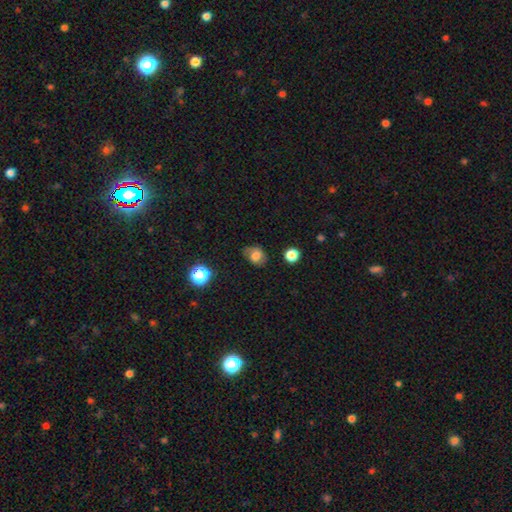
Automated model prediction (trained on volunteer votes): A smooth galaxy with no disk features (69%) that is in between round and cigar-shaped (50%). Merging: none (64%).